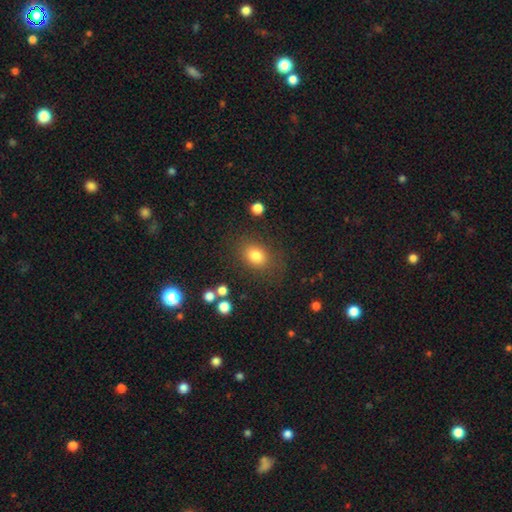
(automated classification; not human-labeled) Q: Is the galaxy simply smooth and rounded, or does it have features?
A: smooth — 81%.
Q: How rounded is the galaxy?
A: in between — 63%.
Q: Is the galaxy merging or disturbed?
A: none — 78%.